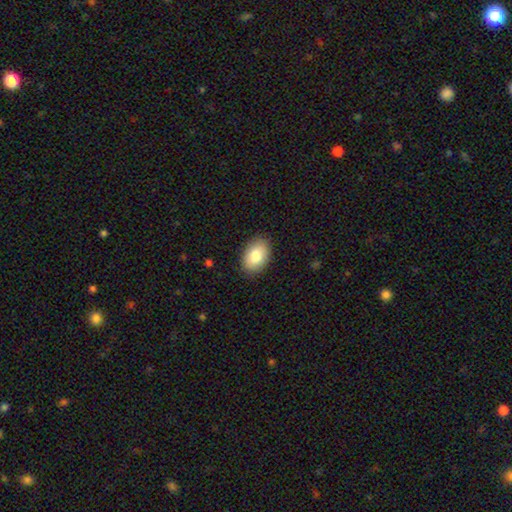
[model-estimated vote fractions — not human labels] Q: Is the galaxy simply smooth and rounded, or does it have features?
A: smooth — 83%.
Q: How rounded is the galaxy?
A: in between — 88%.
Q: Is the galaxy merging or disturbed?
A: none — 87%.